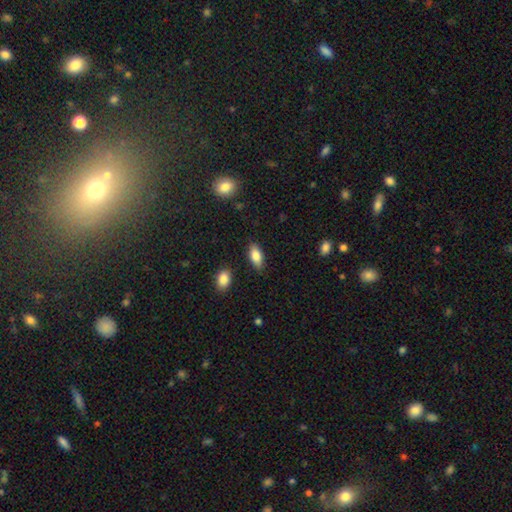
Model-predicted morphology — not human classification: Smooth or featured? smooth (85%)
How rounded? in between (88%)
Merging? none (85%)